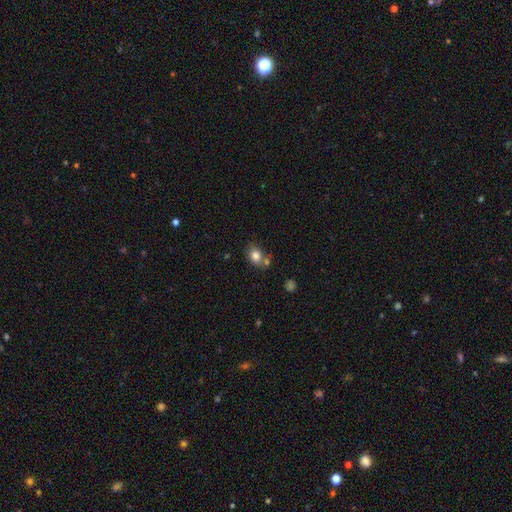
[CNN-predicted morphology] Overall: smooth (81%). How rounded: in between (63%; round 35%). Merging: none (58%; merger 22%).